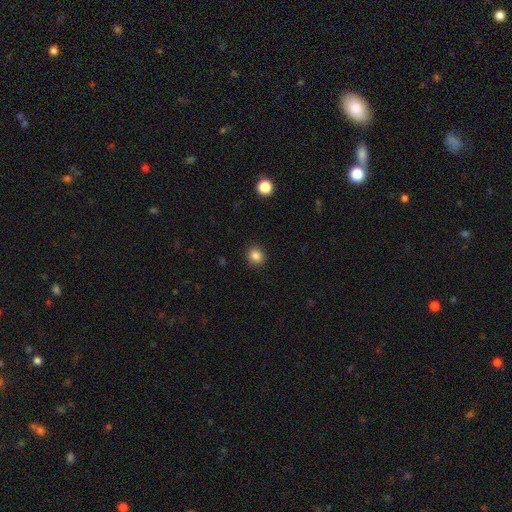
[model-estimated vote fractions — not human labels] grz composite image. It shows a smooth galaxy with no disk features (85%) that is round (86%). Merging: none (91%).